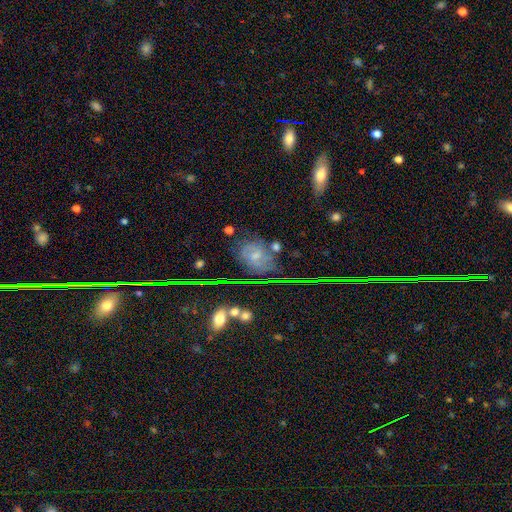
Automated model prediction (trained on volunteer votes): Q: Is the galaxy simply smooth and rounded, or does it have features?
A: featured or disk — 46%.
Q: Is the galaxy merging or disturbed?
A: none — 59%.